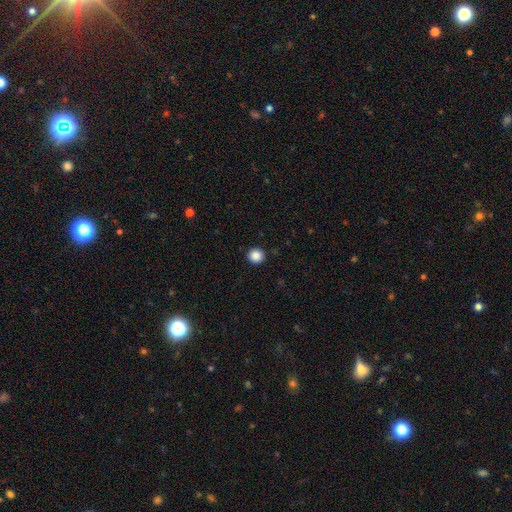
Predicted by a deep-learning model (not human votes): Smooth or featured? Predicted: smooth (p=0.88). How rounded? Predicted: round (p=0.94). Merging? Predicted: none (p=0.93).